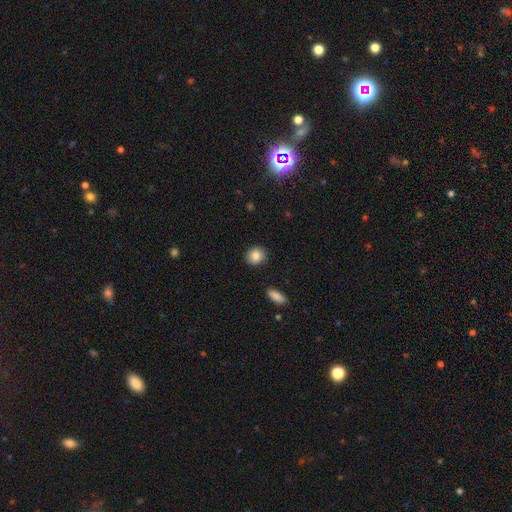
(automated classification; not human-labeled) Smooth or featured? smooth (85%)
How rounded? round (67%)
Merging? none (87%)